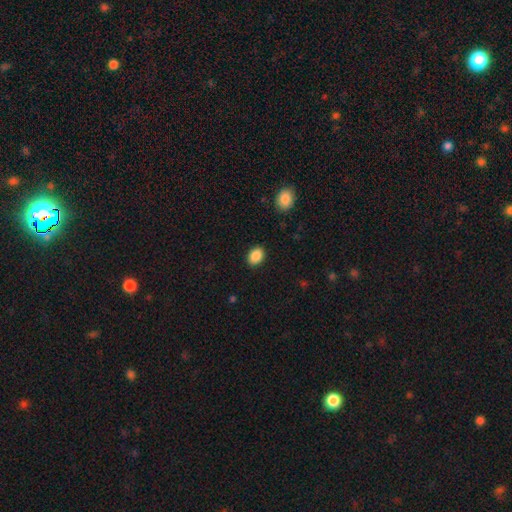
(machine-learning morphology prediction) A smooth galaxy with no disk features (89%) that is in between round and cigar-shaped (67%).

Vote fractions:
- Smooth or featured? smooth: 89% / star or artifact: 8% / featured or disk: 3%
- How rounded? in between: 67% / round: 32% / cigar-shaped: 1%
- Merging? none: 89% / minor disturbance: 8% / major disturbance: 2% / merger: 1%